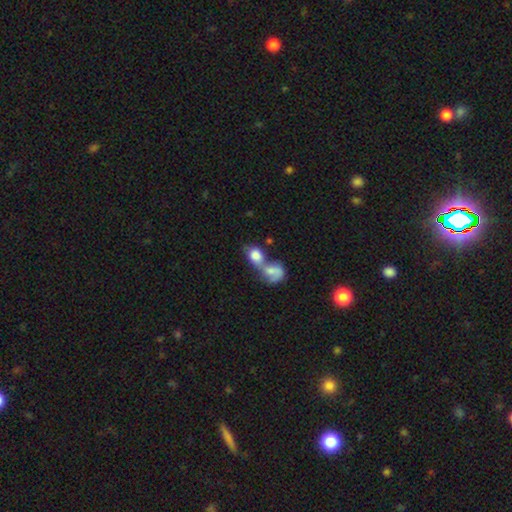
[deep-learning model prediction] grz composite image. It shows a smooth galaxy with no disk features (75%) that is in between round and cigar-shaped (57%). Merging: merger (73%).